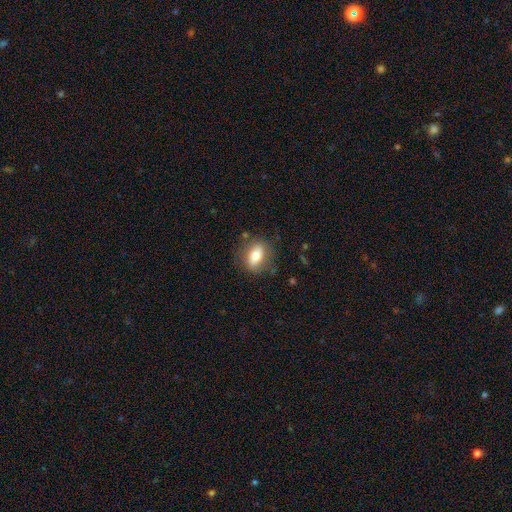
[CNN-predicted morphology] Smooth or featured: smooth — 74% (featured or disk — 18%)
How rounded: in between — 79% (round — 17%)
Merging: none — 80% (minor disturbance — 13%)